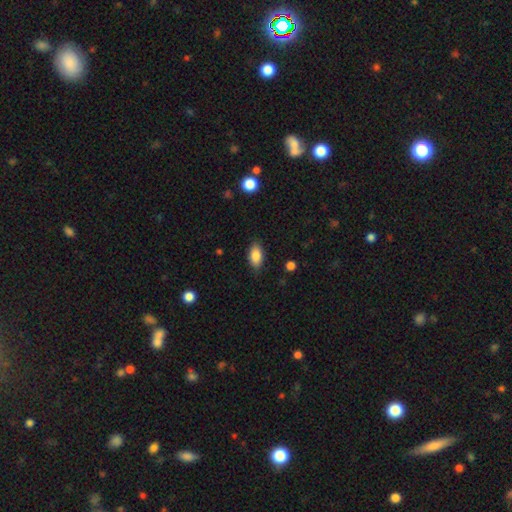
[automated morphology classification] A smooth galaxy with no disk features (85%) that is in between round and cigar-shaped (91%). Merging: none (85%).